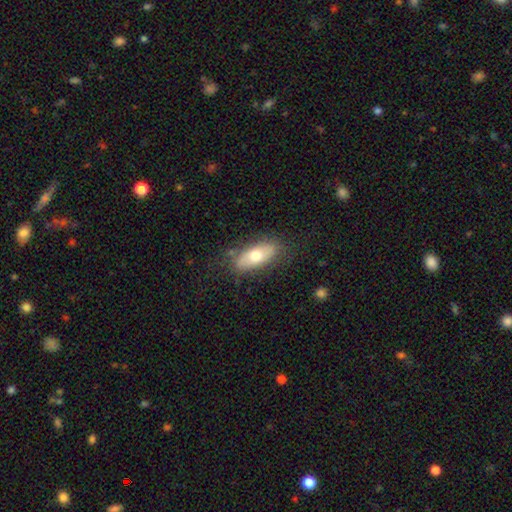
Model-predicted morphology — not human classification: type=smooth (64%); roundness=in between (82%); merging=none (80%).